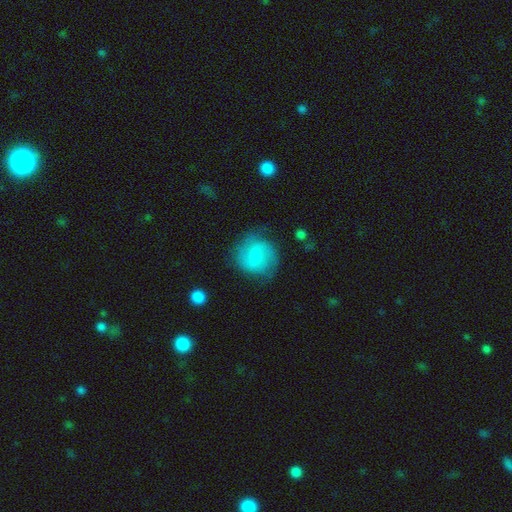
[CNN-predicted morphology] Q: Smooth or featured?
A: featured or disk (57%); runner-up: smooth (36%)
Q: Edge-on disk?
A: no (98%); runner-up: yes (2%)
Q: Bar?
A: no (49%); runner-up: weak (45%)
Q: Spiral arms?
A: yes (90%); runner-up: no (10%)
Q: Bulge size?
A: small (55%); runner-up: moderate (35%)
Q: Merging?
A: none (74%); runner-up: minor disturbance (18%)